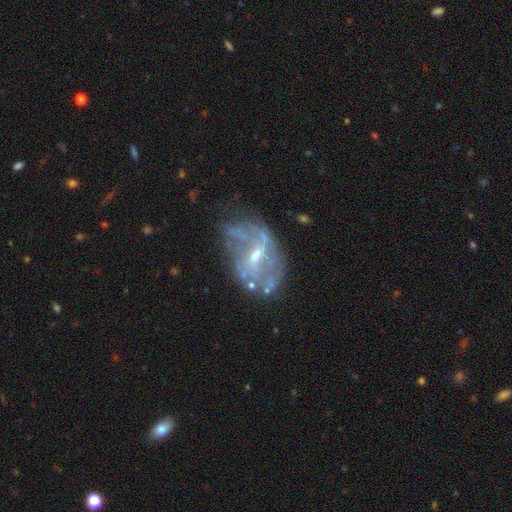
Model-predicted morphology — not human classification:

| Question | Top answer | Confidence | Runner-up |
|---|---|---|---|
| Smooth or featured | featured or disk | 77% | smooth (14%) |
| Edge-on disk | no | 96% | yes (4%) |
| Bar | weak | 51% | no (32%) |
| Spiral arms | yes | 55% | no (45%) |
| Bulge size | small | 48% | moderate (44%) |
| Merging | none | 45% | minor disturbance (26%) |